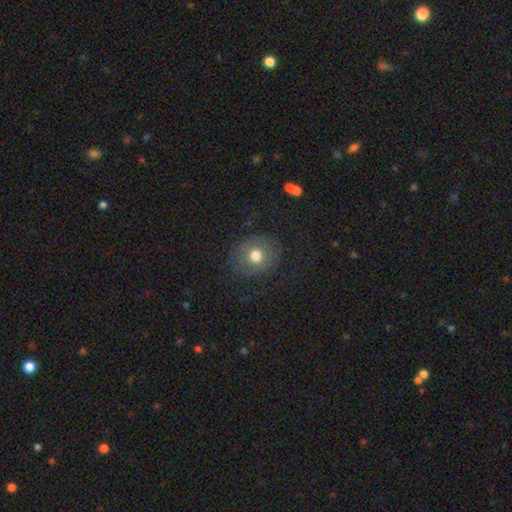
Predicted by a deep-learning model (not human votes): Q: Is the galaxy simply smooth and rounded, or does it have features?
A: smooth — 62%.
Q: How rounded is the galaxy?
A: round — 78%.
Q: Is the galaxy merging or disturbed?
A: none — 77%.